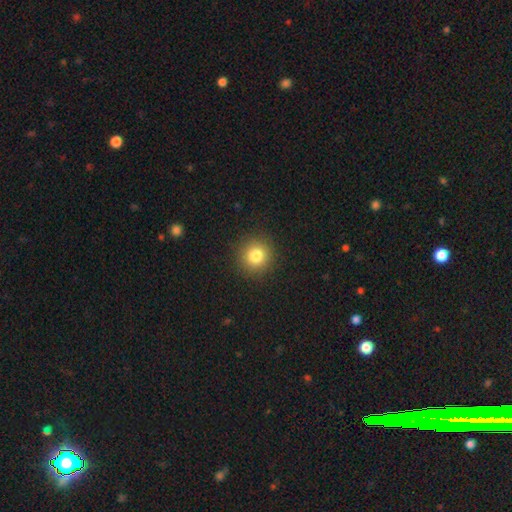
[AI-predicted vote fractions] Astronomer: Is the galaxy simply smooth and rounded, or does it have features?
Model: smooth — 81%.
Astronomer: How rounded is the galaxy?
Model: round — 93%.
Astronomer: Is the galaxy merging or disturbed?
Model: none — 91%.